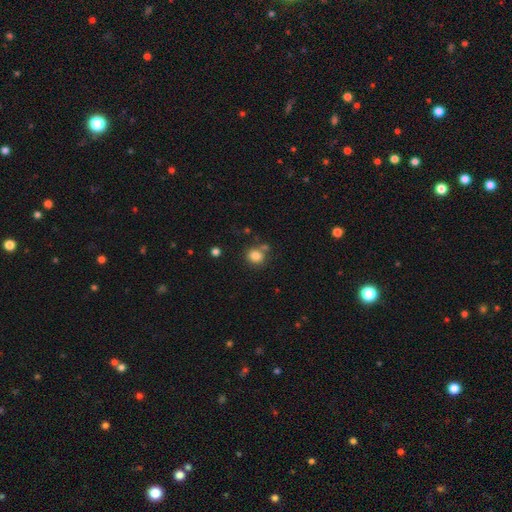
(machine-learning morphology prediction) This appears to be a smooth galaxy with no disk features (83%) that is round (80%). Merging: none (67%).